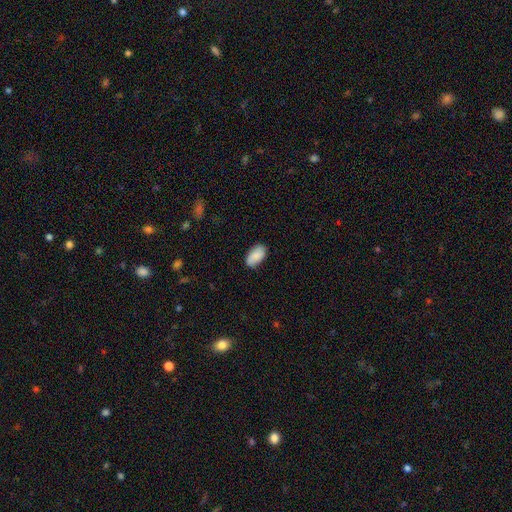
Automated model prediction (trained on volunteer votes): Morphology: type=smooth (86%); roundness=in between (94%); merging=none (79%).